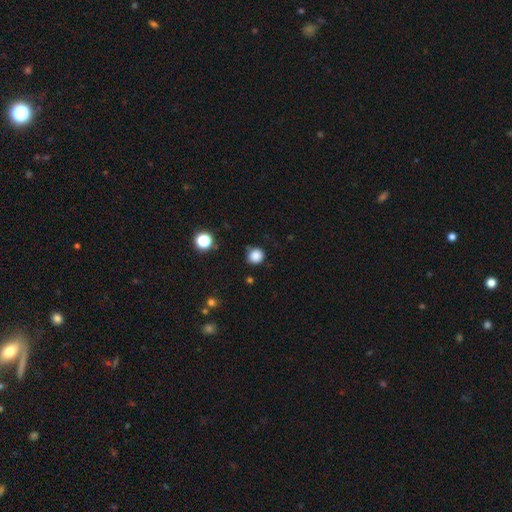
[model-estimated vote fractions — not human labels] Smooth or featured? Predicted: smooth (p=0.85). How rounded? Predicted: round (p=0.91). Merging? Predicted: none (p=0.84).